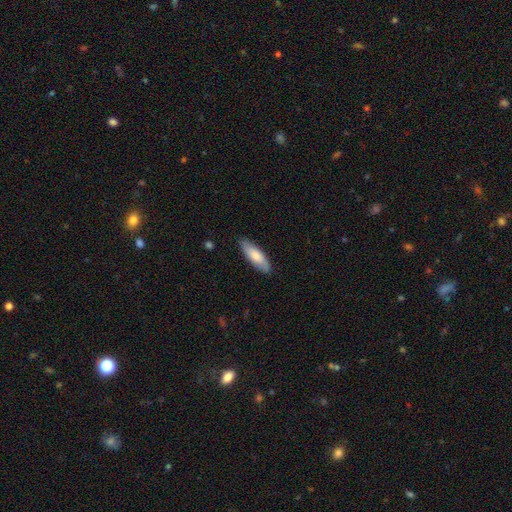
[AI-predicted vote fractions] Morphology: type=smooth (72%); roundness=in between (54%); merging=none (86%).